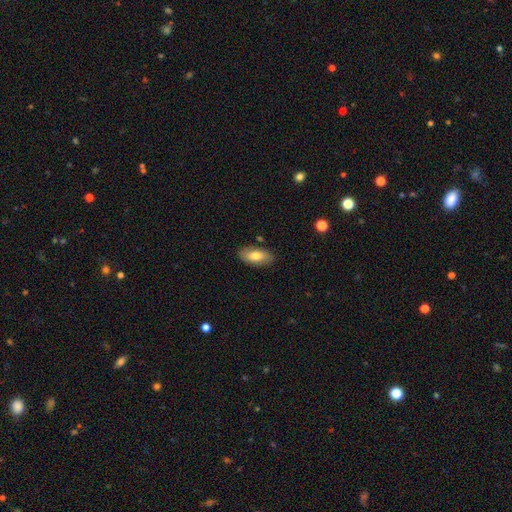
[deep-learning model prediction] smooth 75%, featured or disk 18%, star or artifact 6%. Down the decision tree: how rounded — in between (90%); merging — none (84%).